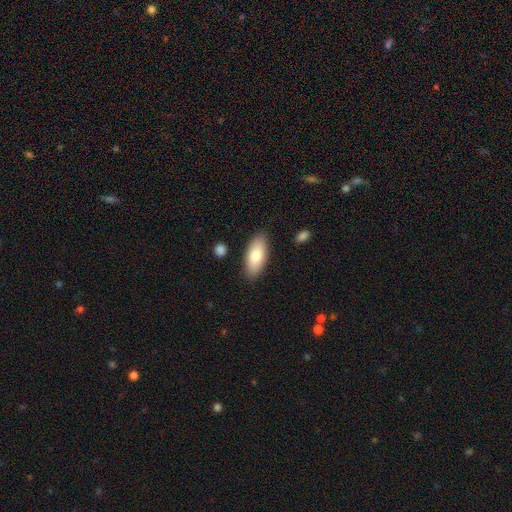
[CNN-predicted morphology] The model was most divided on "smooth or featured": smooth: 79%, featured or disk: 15%, star or artifact: 6%. More confident: merging — none (86%); how rounded — in between (85%).